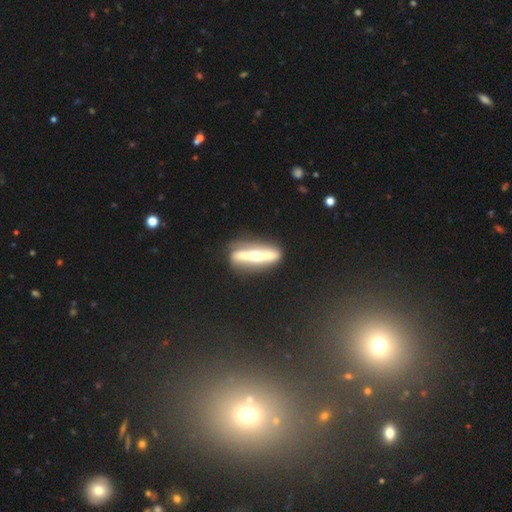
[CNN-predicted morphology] smooth-or-featured: featured or disk: 73% | smooth: 21% | star or artifact: 6%
  disk-edge-on: yes: 77% | no: 23%
    edge-on-bulge: rounded: 91% | none: 5% | boxy: 4%
  merging: none: 73% | minor disturbance: 16% | major disturbance: 7% | merger: 3%